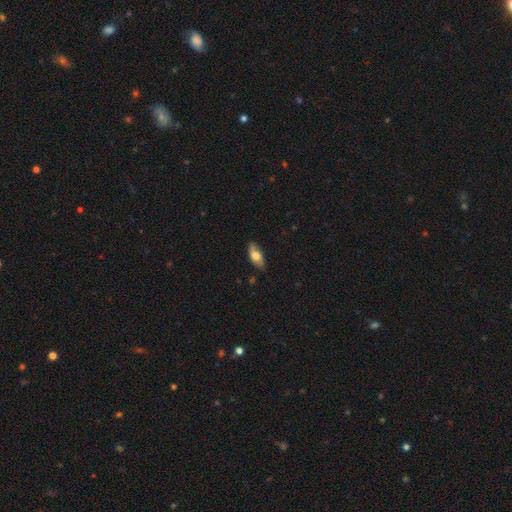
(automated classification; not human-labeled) Q: Smooth or featured?
A: smooth (63%); runner-up: featured or disk (30%)
Q: How rounded?
A: in between (82%); runner-up: cigar-shaped (15%)
Q: Merging?
A: none (79%); runner-up: minor disturbance (17%)